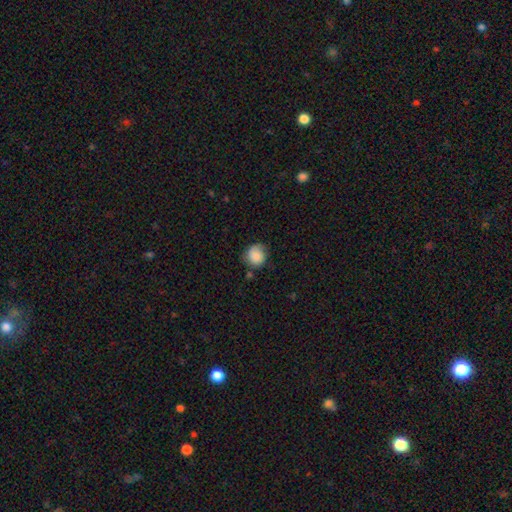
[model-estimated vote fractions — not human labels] Smooth or featured: smooth — 84% (star or artifact — 8%)
How rounded: round — 85% (in between — 14%)
Merging: none — 64% (minor disturbance — 25%)